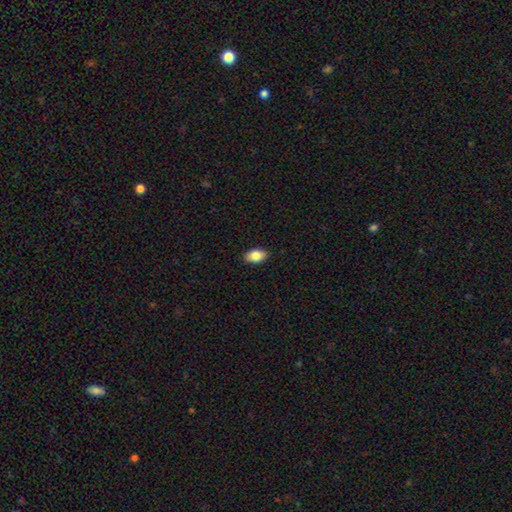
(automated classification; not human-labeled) This is clearly a smooth galaxy (85%). How rounded: clearly in between (91%). Merging: clearly none (90%).